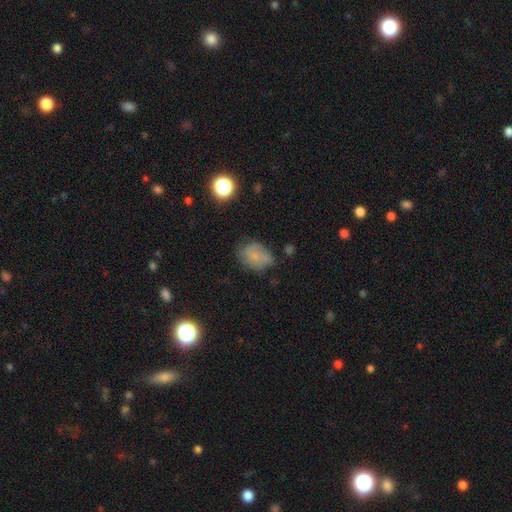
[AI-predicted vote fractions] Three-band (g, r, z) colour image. It shows a smooth galaxy with no disk features (66%) that is in between round and cigar-shaped (68%). Merging: none (63%).